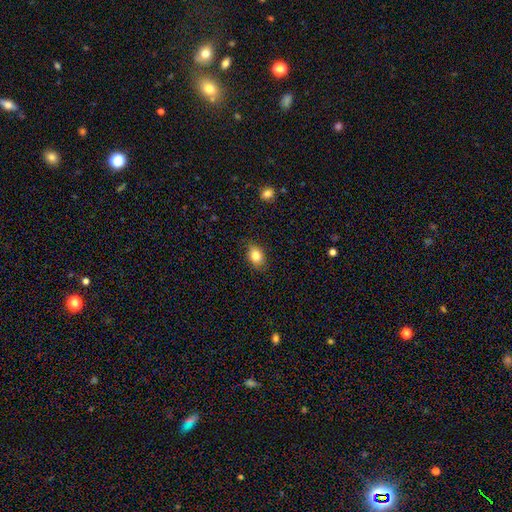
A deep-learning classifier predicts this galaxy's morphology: smooth-or-featured: smooth: 82% | star or artifact: 9% | featured or disk: 9%
  how-rounded: in between: 75% | round: 23% | cigar-shaped: 1%
  merging: none: 83% | minor disturbance: 13% | major disturbance: 3% | merger: 1%